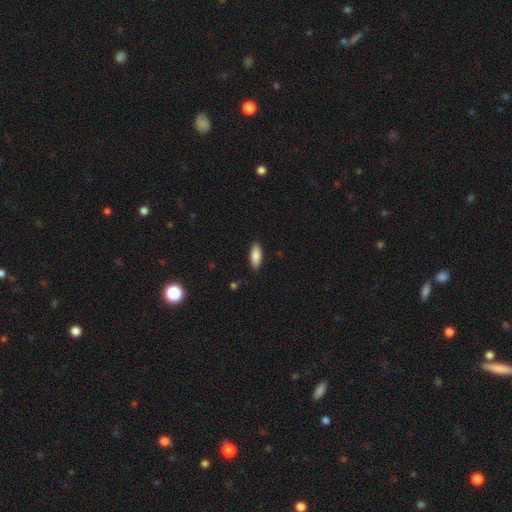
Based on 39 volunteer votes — This is clearly a smooth galaxy (87%). How rounded: clearly in between (85%). Merging: clearly none (81%).